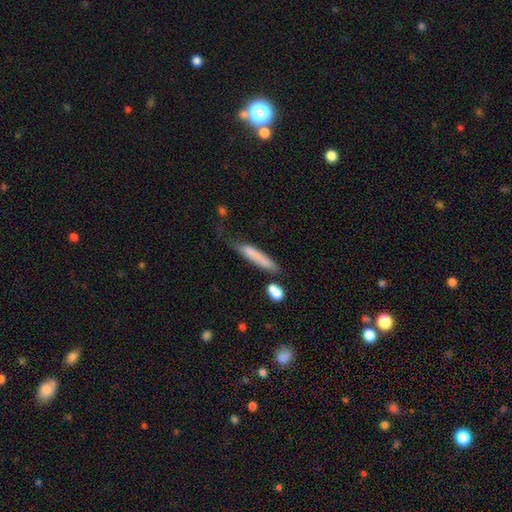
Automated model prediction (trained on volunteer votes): Q: Smooth or featured?
A: smooth (68%); runner-up: featured or disk (23%)
Q: How rounded?
A: cigar-shaped (86%); runner-up: in between (12%)
Q: Merging?
A: none (45%); runner-up: minor disturbance (27%)